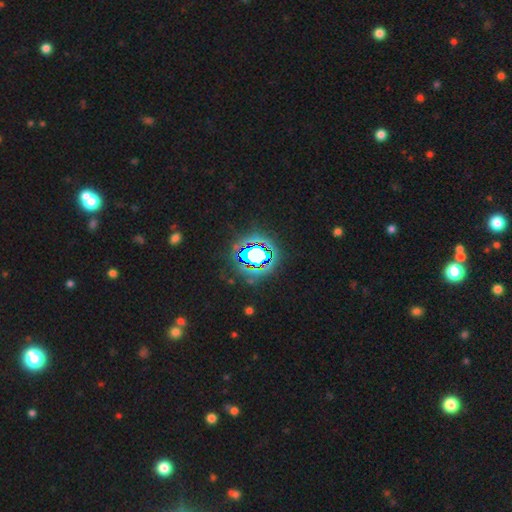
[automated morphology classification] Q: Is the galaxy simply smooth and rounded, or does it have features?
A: star or artifact — 72%.